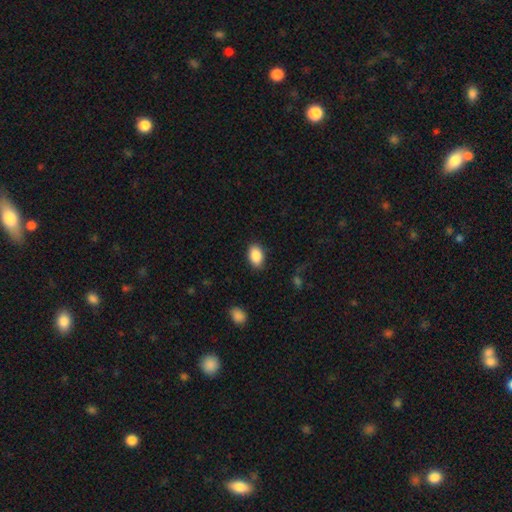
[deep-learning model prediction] smooth_or_featured: smooth (p=0.88) [alt: star or artifact p=0.07]
how_rounded: in between (p=0.89) [alt: round p=0.10]
merging: none (p=0.87) [alt: minor disturbance p=0.10]